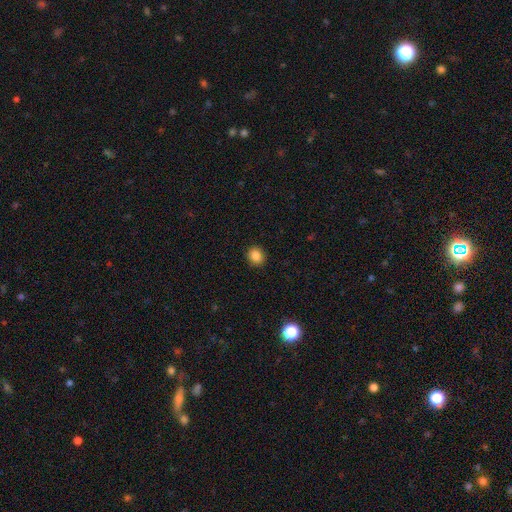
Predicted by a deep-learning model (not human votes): A smooth galaxy with no disk features (85%) that is round (75%). Merging: none (92%).